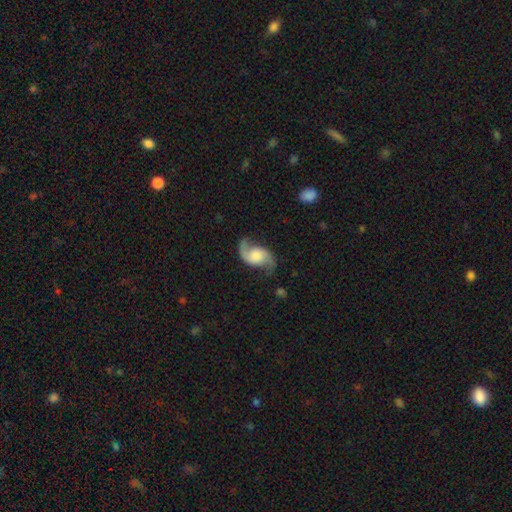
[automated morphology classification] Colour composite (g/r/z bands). It shows a featured or disk galaxy (85%) with no bar (64%), 2 (92%) loose (64%) spiral arms (97%) and a large central bulge (29%). Merging: none (72%).